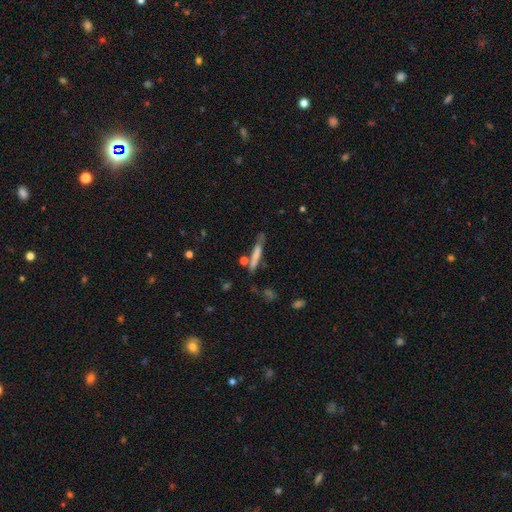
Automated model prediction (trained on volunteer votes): The model was most divided on "smooth or featured": smooth: 61%, featured or disk: 32%, star or artifact: 7%. More confident: how rounded — cigar-shaped (92%); merging — none (65%).